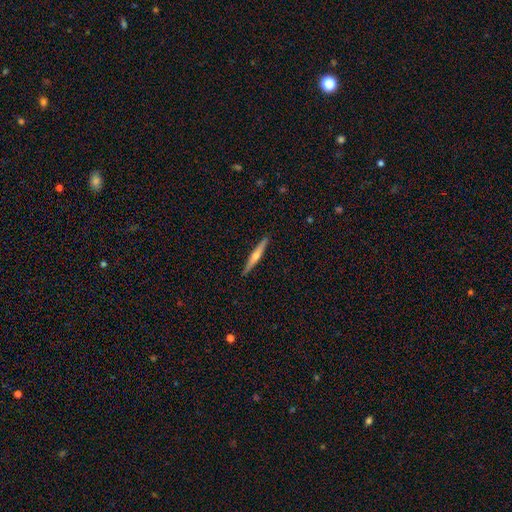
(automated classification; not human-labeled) Overall: featured or disk (65%; smooth 30%). Edge-on disk: yes (97%). Edge-on bulge: rounded (87%). Merging: none (91%).